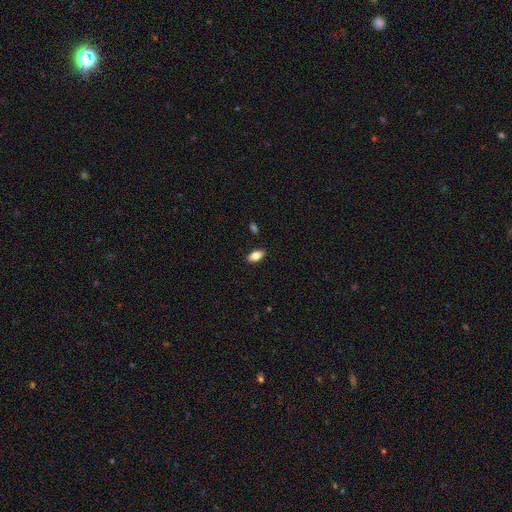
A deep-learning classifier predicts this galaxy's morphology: Smooth or featured: smooth — 82% (featured or disk — 10%)
How rounded: in between — 91% (cigar-shaped — 5%)
Merging: none — 88% (minor disturbance — 8%)